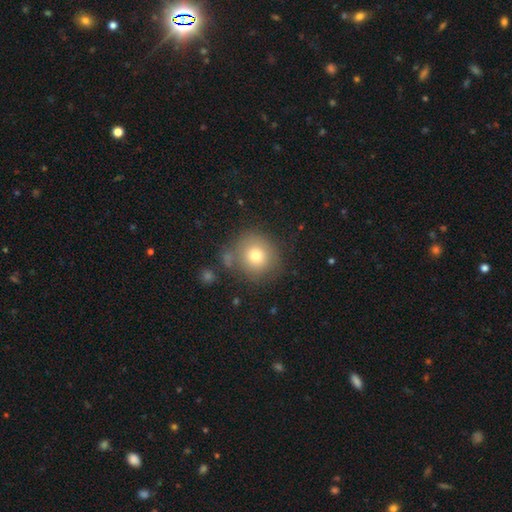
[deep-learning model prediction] This appears to be a smooth galaxy with no disk features (76%) that is round (89%). Merging: none (74%).